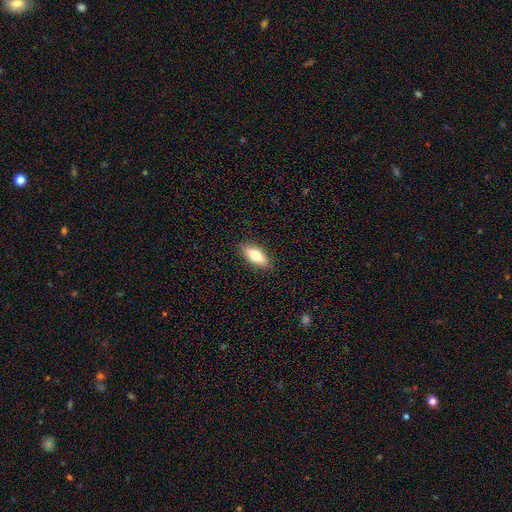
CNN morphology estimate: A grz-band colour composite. It shows a smooth galaxy with no disk features (72%) that is in between round and cigar-shaped (76%). Merging: none (88%).